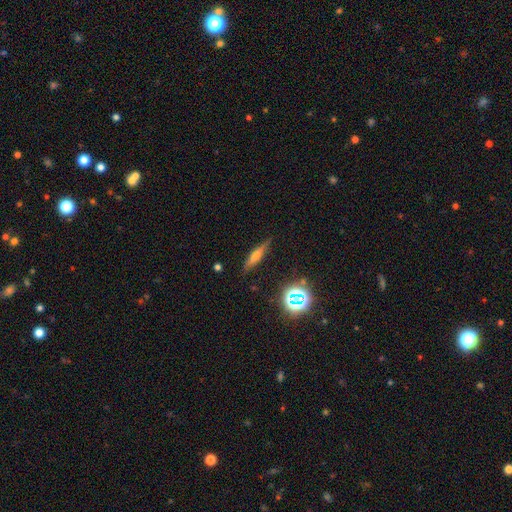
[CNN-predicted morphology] smooth-or-featured: smooth: 49% | featured or disk: 37% | star or artifact: 14%
  merging: none: 83% | minor disturbance: 12% | major disturbance: 3% | merger: 2%